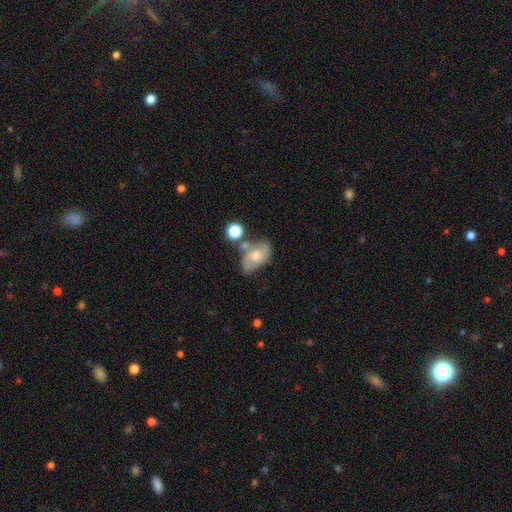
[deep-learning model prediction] Morphology: type=smooth (52%); roundness=in between (85%); merging=none (46%).